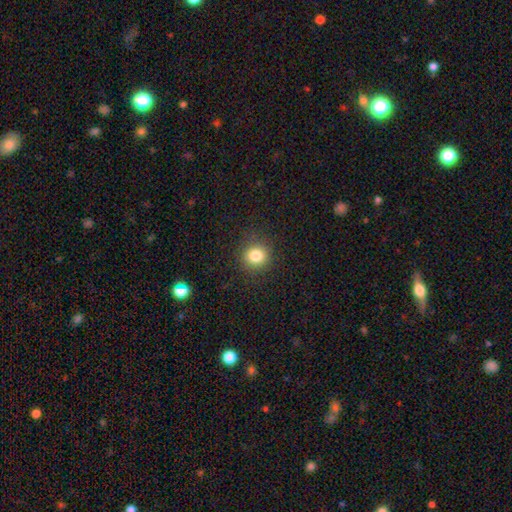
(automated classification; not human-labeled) Morphology: type=smooth (82%); roundness=round (89%); merging=none (89%).